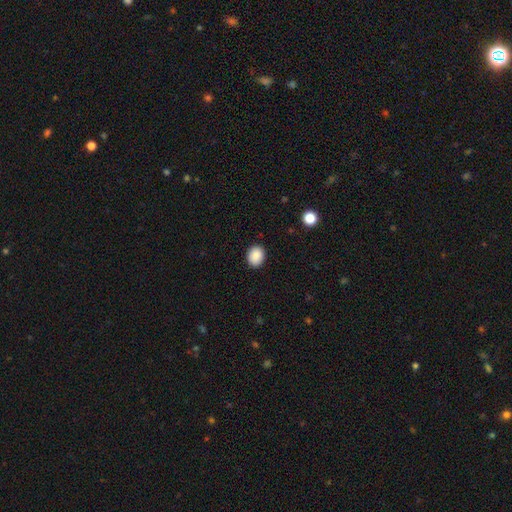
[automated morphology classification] type=smooth (89%); roundness=round (51%); merging=none (90%).